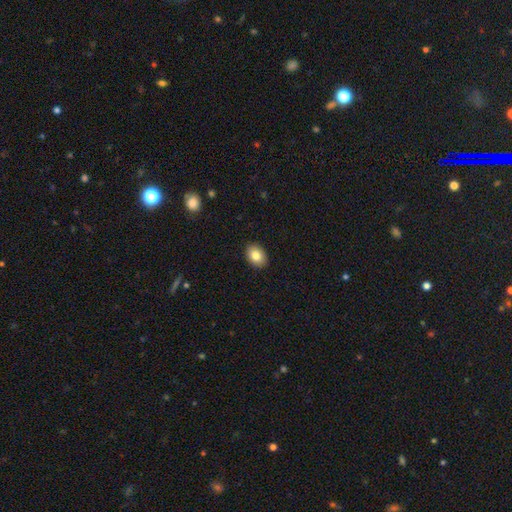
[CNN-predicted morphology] A smooth galaxy with no disk features (83%) that is in between round and cigar-shaped (73%).

Vote fractions:
- Smooth or featured? smooth: 83% / featured or disk: 9% / star or artifact: 8%
- How rounded? in between: 73% / round: 27% / cigar-shaped: 1%
- Merging? none: 91% / minor disturbance: 7% / major disturbance: 2% / merger: 1%